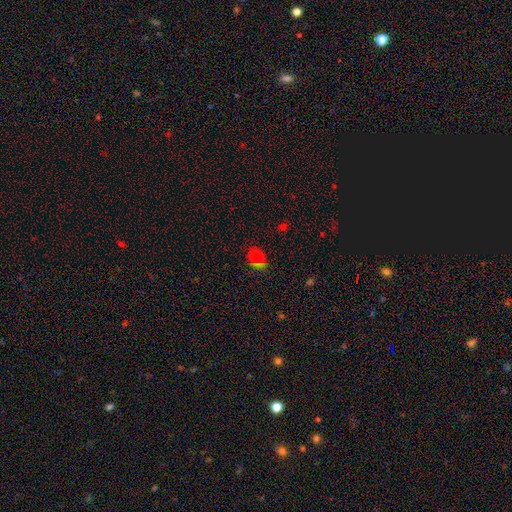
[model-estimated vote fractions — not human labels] A smooth galaxy with no disk features (61%) that is in between round and cigar-shaped (54%).

Vote fractions:
- Smooth or featured? smooth: 61% / star or artifact: 33% / featured or disk: 7%
- How rounded? in between: 54% / round: 43% / cigar-shaped: 3%
- Merging? none: 79% / minor disturbance: 13% / major disturbance: 5% / merger: 4%